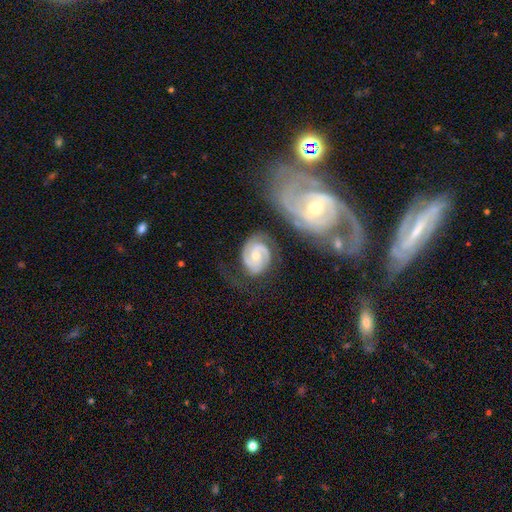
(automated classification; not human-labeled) Smooth or featured? featured or disk (87%)
Edge-on disk? no (98%)
Bar? no (52%)
Spiral arms? yes (97%)
Spiral winding? tight (51%)
Spiral arm count? 2 (81%)
Bulge size? moderate (53%)
Merging? none (59%)